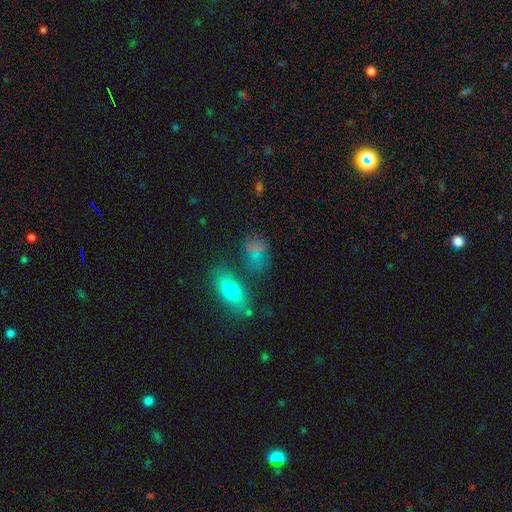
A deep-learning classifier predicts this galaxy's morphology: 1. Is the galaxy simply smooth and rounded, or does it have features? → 64% smooth, 21% star or artifact, 15% featured or disk.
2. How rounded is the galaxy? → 68% in between, 26% round, 6% cigar-shaped.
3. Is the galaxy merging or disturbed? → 57% none, 18% minor disturbance, 16% merger, 10% major disturbance.